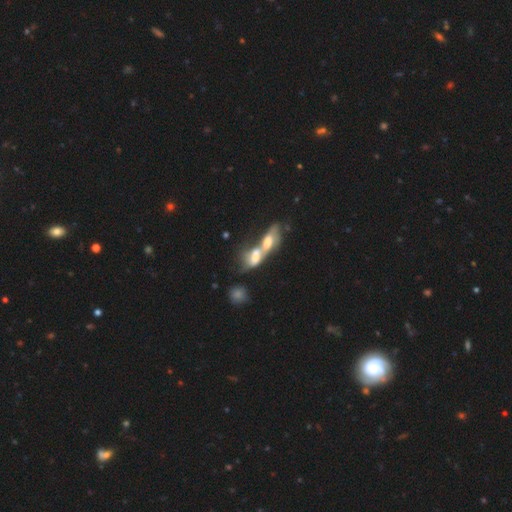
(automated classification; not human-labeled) smooth-or-featured: smooth: 48% | featured or disk: 42% | star or artifact: 10%
  merging: merger: 80% | none: 8% | major disturbance: 8% | minor disturbance: 4%